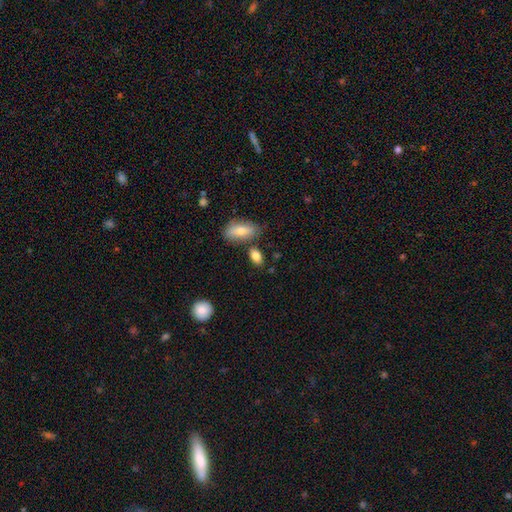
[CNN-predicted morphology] The model was most divided on "merging": none: 71%, merger: 13%, minor disturbance: 13%, major disturbance: 4%. More confident: how rounded — in between (86%); smooth or featured — smooth (82%).